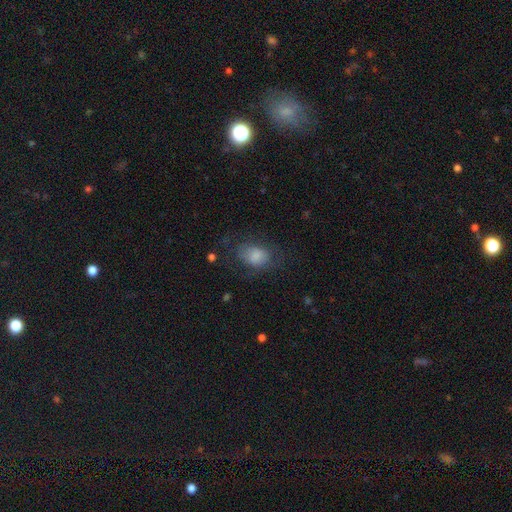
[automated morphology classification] Overall: smooth (73%). How rounded: in between (75%). Merging: none (54%; minor disturbance 23%).